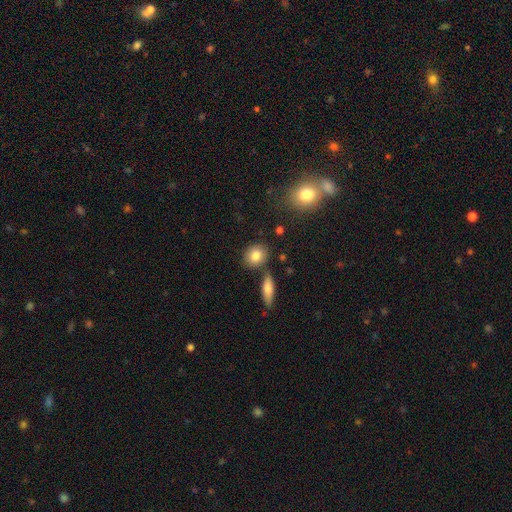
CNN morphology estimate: Smooth or featured? smooth (83%)
How rounded? round (69%)
Merging? none (78%)